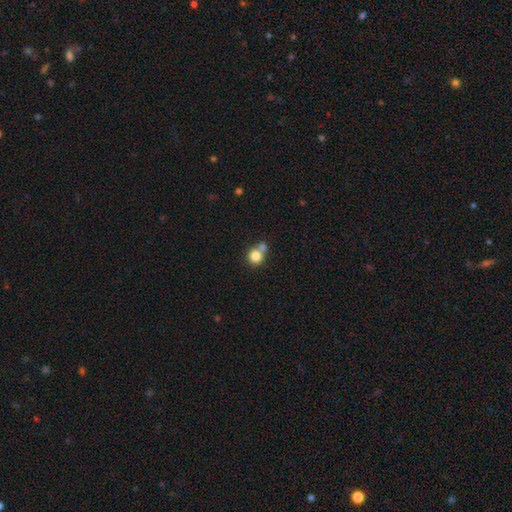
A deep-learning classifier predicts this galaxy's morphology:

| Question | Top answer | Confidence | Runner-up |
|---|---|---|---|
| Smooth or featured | smooth | 81% | star or artifact (10%) |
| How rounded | round | 86% | in between (13%) |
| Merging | none | 47% | merger (41%) |